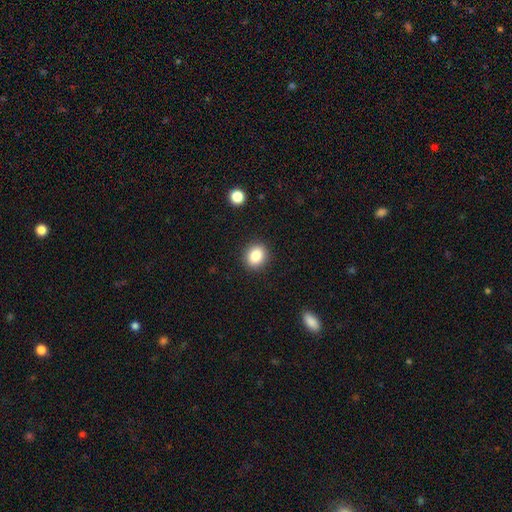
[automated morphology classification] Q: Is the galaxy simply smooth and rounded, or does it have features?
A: smooth — 85%.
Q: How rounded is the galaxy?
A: round — 62%.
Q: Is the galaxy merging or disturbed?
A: none — 90%.